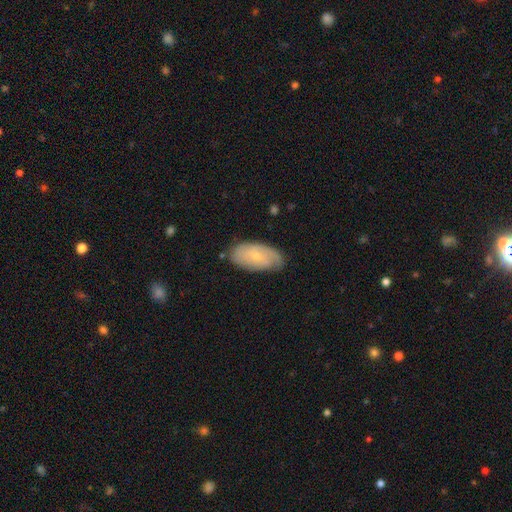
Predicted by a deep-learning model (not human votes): smooth_or_featured: featured or disk (p=0.57) [alt: smooth p=0.37]
disk_edge_on: no (p=0.92) [alt: yes p=0.08]
bar: no (p=0.71) [alt: weak p=0.24]
has_spiral_arms: yes (p=0.79) [alt: no p=0.21]
bulge_size: small (p=0.72) [alt: moderate p=0.24]
merging: none (p=0.73) [alt: minor disturbance p=0.21]